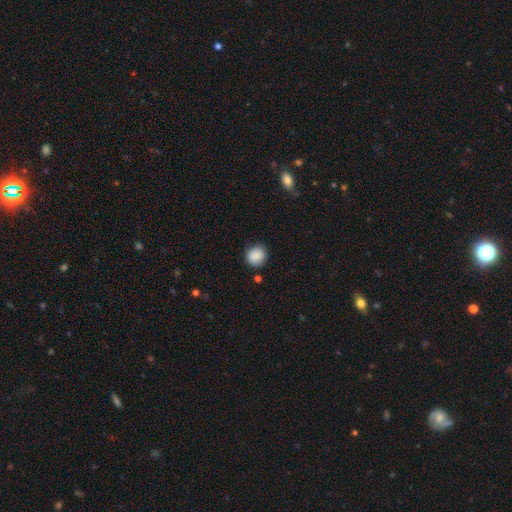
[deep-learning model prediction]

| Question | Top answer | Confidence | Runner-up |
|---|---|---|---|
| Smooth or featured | smooth | 88% | star or artifact (8%) |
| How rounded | round | 81% | in between (18%) |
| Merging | none | 82% | minor disturbance (13%) |